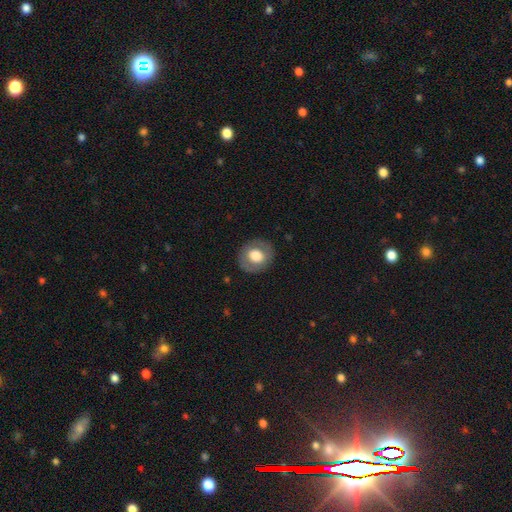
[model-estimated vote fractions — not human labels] smooth-or-featured: smooth: 66% | featured or disk: 27% | star or artifact: 7%
  how-rounded: round: 76% | in between: 23% | cigar-shaped: 1%
  merging: none: 84% | minor disturbance: 11% | major disturbance: 4% | merger: 1%